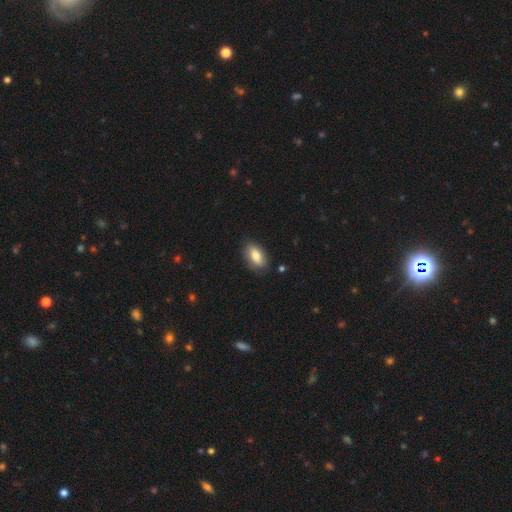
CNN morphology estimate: type=smooth (79%); roundness=in between (91%); merging=none (79%).